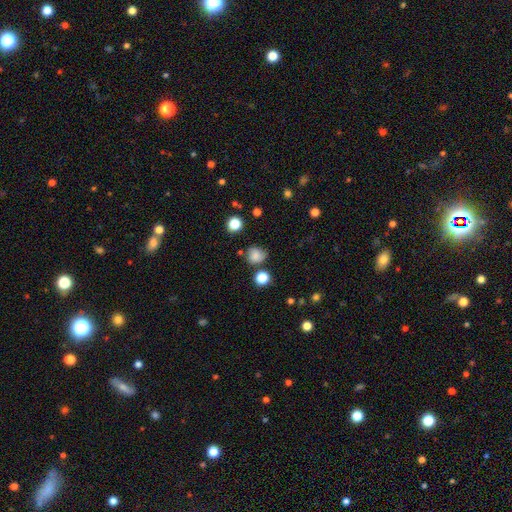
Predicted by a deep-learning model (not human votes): Smooth or featured? Predicted: smooth (p=0.75). How rounded? Predicted: round (p=0.77). Merging? Predicted: none (p=0.66).